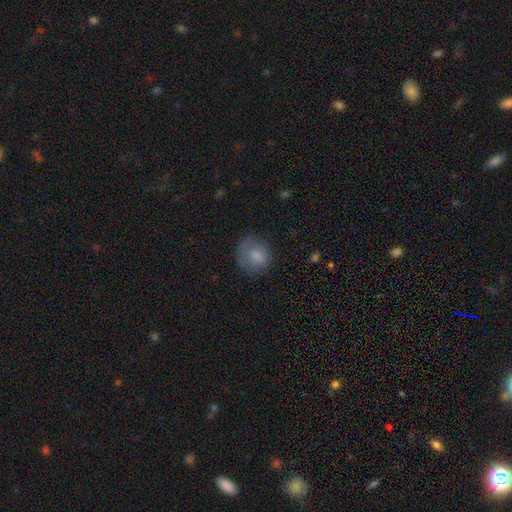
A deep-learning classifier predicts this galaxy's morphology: smooth_or_featured: smooth (p=0.80) [alt: featured or disk p=0.12]
how_rounded: round (p=0.72) [alt: in between p=0.27]
merging: none (p=0.65) [alt: minor disturbance p=0.23]